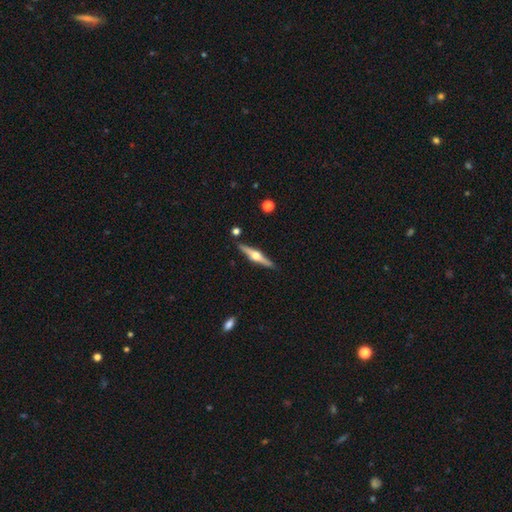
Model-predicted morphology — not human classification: smooth-or-featured: featured or disk: 78% | smooth: 17% | star or artifact: 5%
  disk-edge-on: yes: 98% | no: 2%
    edge-on-bulge: rounded: 96% | boxy: 3% | none: 2%
  merging: none: 90% | minor disturbance: 7% | merger: 2% | major disturbance: 1%